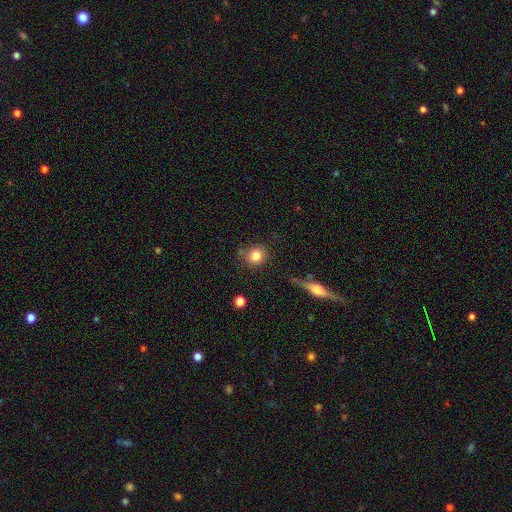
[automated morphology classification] smooth 82%, star or artifact 10%, featured or disk 8%. Down the decision tree: how rounded — round (85%); merging — none (78%).